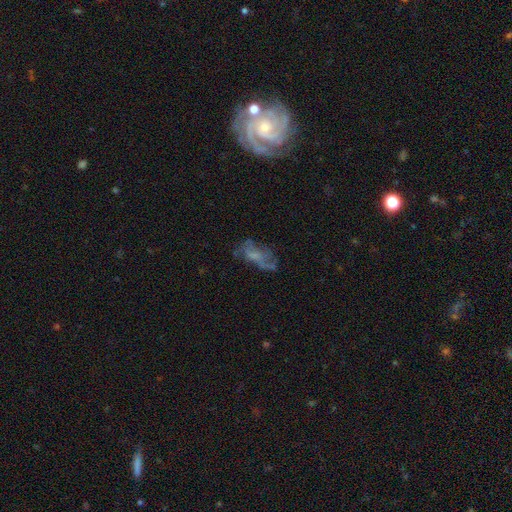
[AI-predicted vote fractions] This appears to be a featured or disk galaxy (53%). Merging: none (46%).